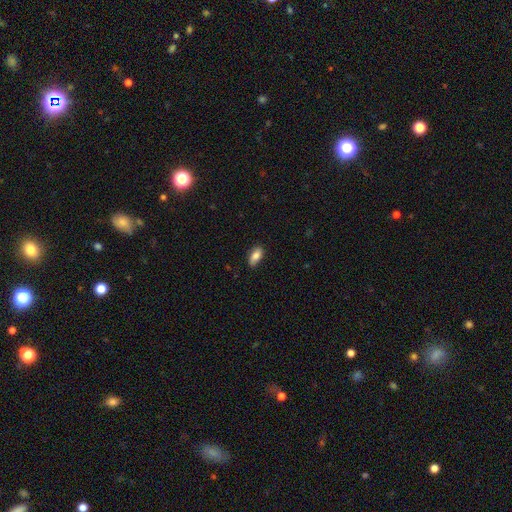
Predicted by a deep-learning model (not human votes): Q: Smooth or featured?
A: smooth (84%); runner-up: featured or disk (9%)
Q: How rounded?
A: in between (91%); runner-up: cigar-shaped (6%)
Q: Merging?
A: none (80%); runner-up: minor disturbance (16%)